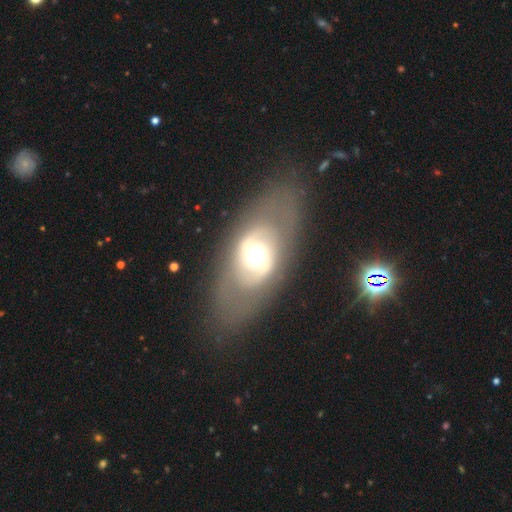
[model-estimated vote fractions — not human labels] A featured or disk galaxy (61%) with no bar (60%), no spiral arms (75%) and a moderate central bulge (55%).

Vote fractions:
- Smooth or featured? featured or disk: 61% / smooth: 31% / star or artifact: 8%
- Edge-on disk? no: 87% / yes: 13%
- Bar? no: 60% / weak: 25% / strong: 15%
- Spiral arms? no: 75% / yes: 25%
- Bulge size? moderate: 55% / large: 32% / small: 7% / dominant: 6% / none: 1%
- Merging? none: 76% / minor disturbance: 13% / major disturbance: 10% / merger: 2%